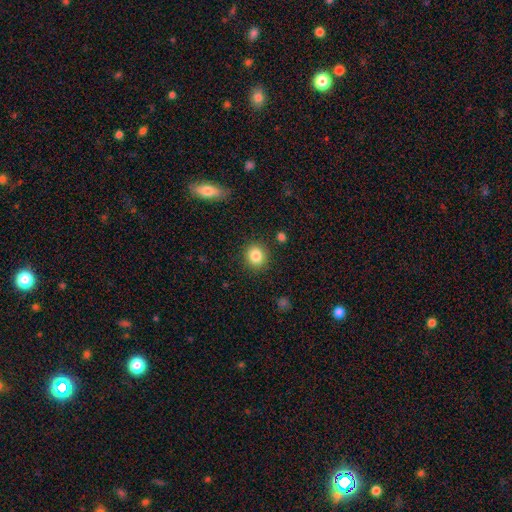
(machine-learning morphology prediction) smooth_or_featured: smooth (p=0.84) [alt: star or artifact p=0.10]
how_rounded: round (p=0.82) [alt: in between p=0.17]
merging: none (p=0.89) [alt: minor disturbance p=0.07]